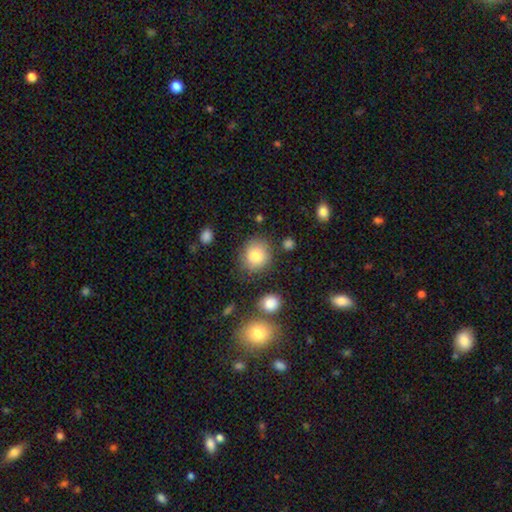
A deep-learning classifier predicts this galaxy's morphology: Smooth or featured?
  - smooth: 83% *
  - star or artifact: 9%
  - featured or disk: 8%
How rounded?
  - round: 80% *
  - in between: 19%
  - cigar-shaped: 1%
Merging?
  - none: 76% *
  - minor disturbance: 15%
  - major disturbance: 5%
  - merger: 4%